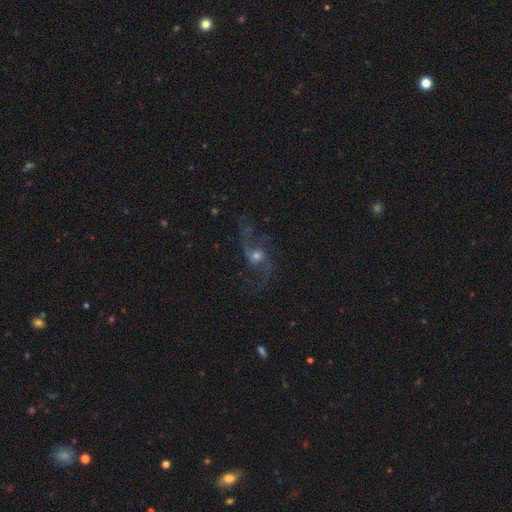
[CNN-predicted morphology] The model was most divided on "bulge size": moderate: 50%, small: 38%, large: 7%, none: 3%, dominant: 2%. More confident: edge-on disk — no (95%); spiral arms — yes (94%); spiral arm count — 2 (86%); smooth or featured — featured or disk (80%); spiral winding — loose (75%); merging — none (67%); bar — no (59%).